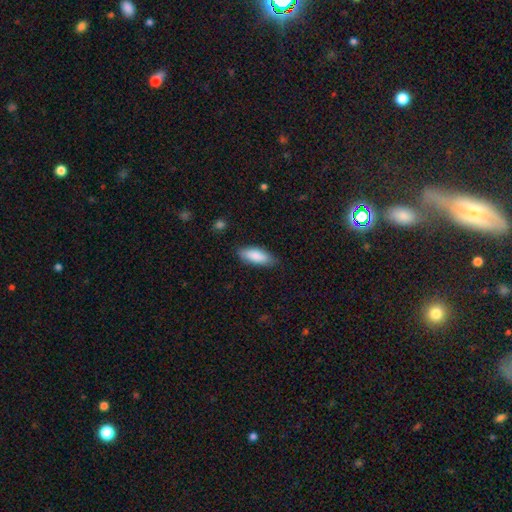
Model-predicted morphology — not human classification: Smooth or featured? smooth (87%)
How rounded? in between (74%)
Merging? none (81%)